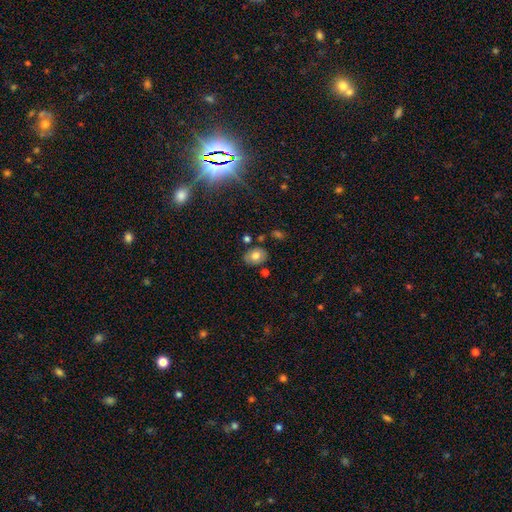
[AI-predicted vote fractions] The model was most divided on "how rounded": in between: 68%, round: 31%, cigar-shaped: 1%. More confident: merging — none (78%); smooth or featured — smooth (72%).